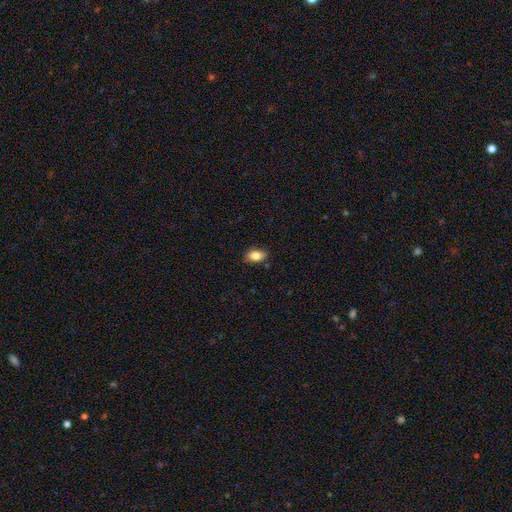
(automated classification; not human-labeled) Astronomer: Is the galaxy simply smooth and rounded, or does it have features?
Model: smooth — 82%.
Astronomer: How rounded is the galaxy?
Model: in between — 87%.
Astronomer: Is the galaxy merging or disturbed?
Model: none — 80%.